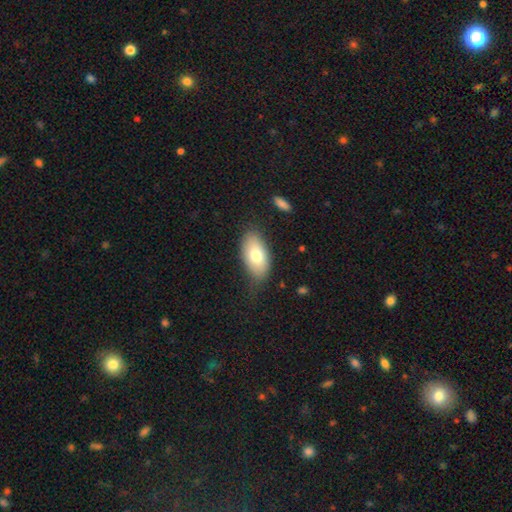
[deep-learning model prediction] Overall: smooth (75%). How rounded: in between (92%). Merging: none (73%).